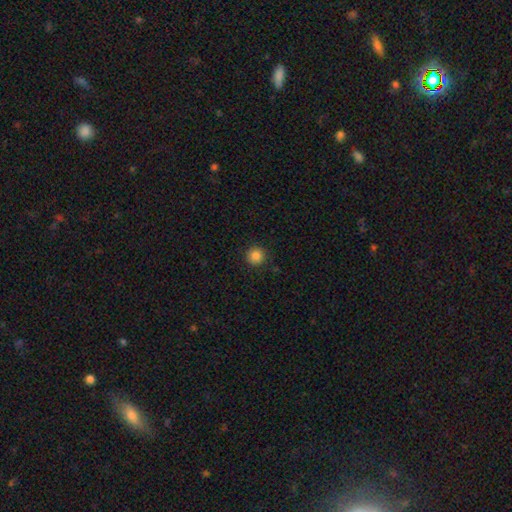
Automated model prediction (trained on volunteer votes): smooth_or_featured: smooth (p=0.86) [alt: star or artifact p=0.11]
how_rounded: round (p=0.95) [alt: in between p=0.04]
merging: none (p=0.91) [alt: minor disturbance p=0.06]